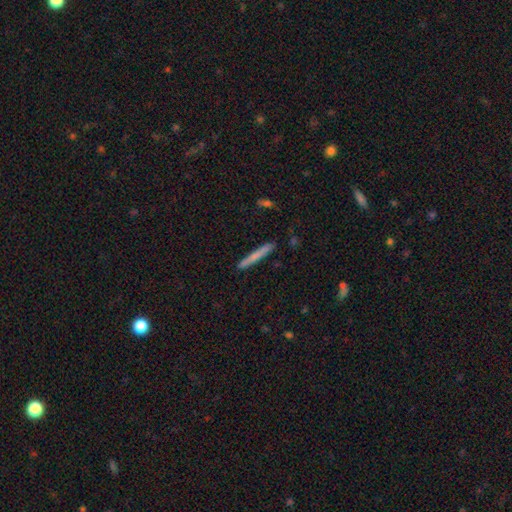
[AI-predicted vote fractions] A smooth galaxy with no disk features (66%) that is cigar-shaped (96%).

Vote fractions:
- Smooth or featured? smooth: 66% / featured or disk: 28% / star or artifact: 6%
- How rounded? cigar-shaped: 96% / in between: 2% / round: 1%
- Merging? none: 89% / minor disturbance: 8% / merger: 2% / major disturbance: 2%